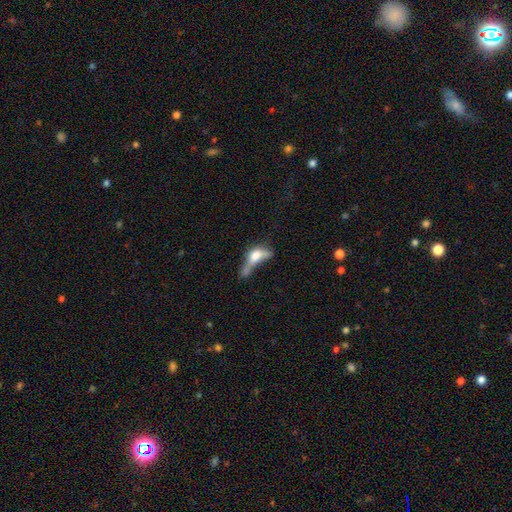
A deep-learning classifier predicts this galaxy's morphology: smooth-or-featured: smooth: 59% | featured or disk: 31% | star or artifact: 10%
  how-rounded: in between: 69% | cigar-shaped: 19% | round: 12%
  merging: merger: 40% | major disturbance: 31% | none: 15% | minor disturbance: 14%